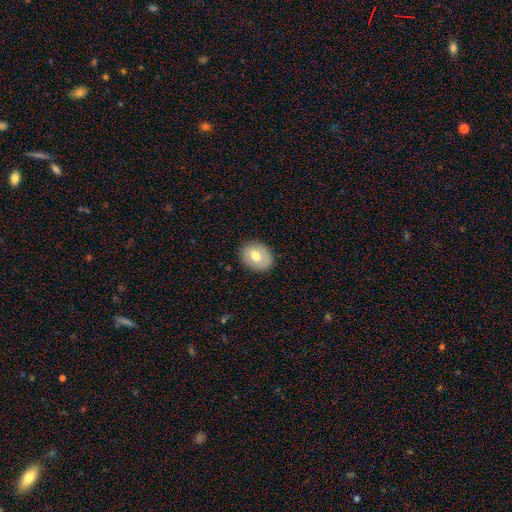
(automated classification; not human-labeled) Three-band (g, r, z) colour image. It shows a smooth galaxy with no disk features (67%) that is round (50%). Merging: none (85%).